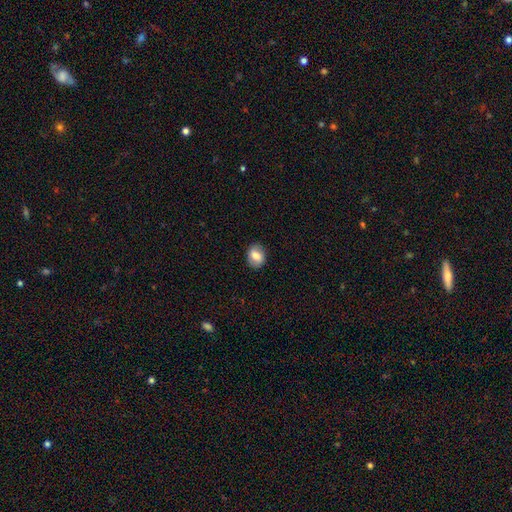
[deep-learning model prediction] A smooth galaxy with no disk features (76%) that is in between round and cigar-shaped (59%). Merging: none (87%).